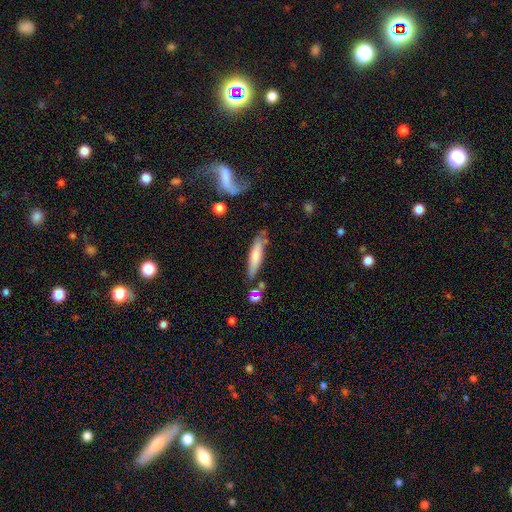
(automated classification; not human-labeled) Smooth or featured: smooth — 69% (featured or disk — 25%)
How rounded: cigar-shaped — 82% (in between — 17%)
Merging: none — 71% (minor disturbance — 18%)